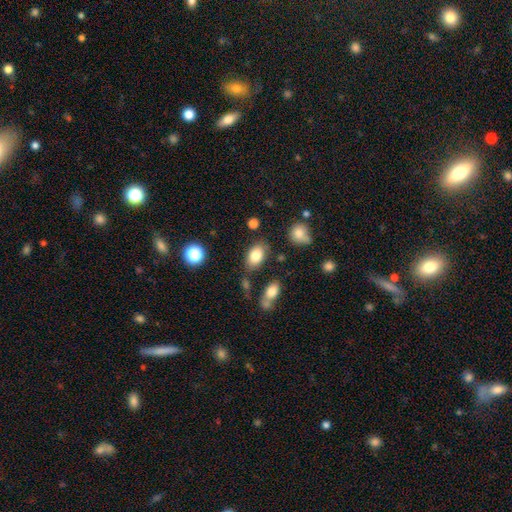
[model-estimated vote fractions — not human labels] This appears to be a smooth galaxy with no disk features (81%) that is in between round and cigar-shaped (88%). Merging: none (77%).